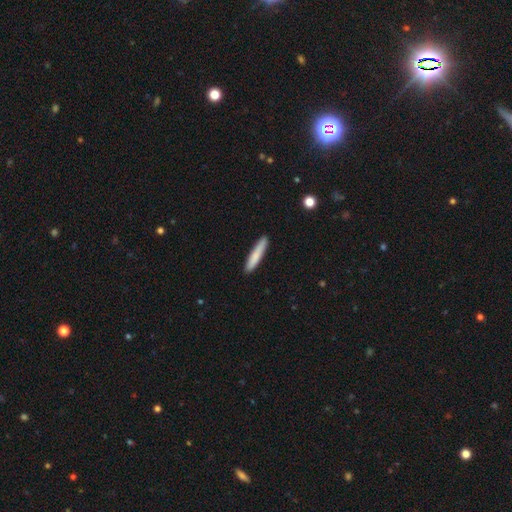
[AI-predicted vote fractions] smooth 81%, featured or disk 13%, star or artifact 6%. Down the decision tree: how rounded — cigar-shaped (92%); merging — none (90%).